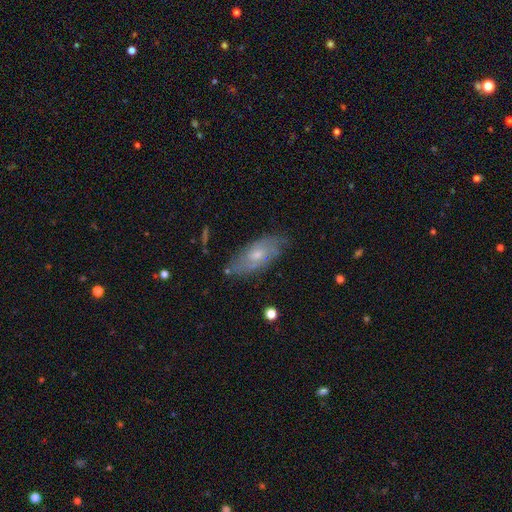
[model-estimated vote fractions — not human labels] A featured or disk galaxy (58%). Merging: none (73%).